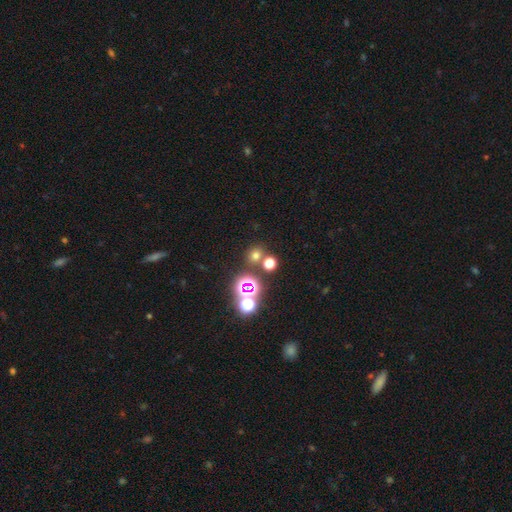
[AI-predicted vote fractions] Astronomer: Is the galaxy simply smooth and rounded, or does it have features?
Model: smooth — 61%.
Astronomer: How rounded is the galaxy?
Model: round — 85%.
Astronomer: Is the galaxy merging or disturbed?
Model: none — 74%.